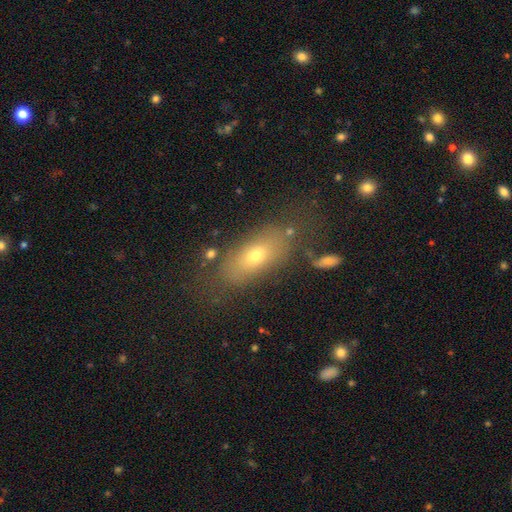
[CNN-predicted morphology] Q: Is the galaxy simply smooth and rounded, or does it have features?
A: smooth — 66%.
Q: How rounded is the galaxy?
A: in between — 81%.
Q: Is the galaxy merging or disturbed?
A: none — 67%.